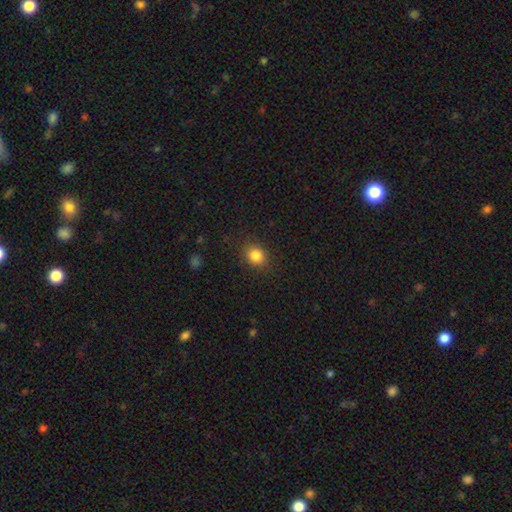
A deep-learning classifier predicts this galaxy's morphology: Smooth or featured? smooth (85%)
How rounded? round (66%)
Merging? none (86%)